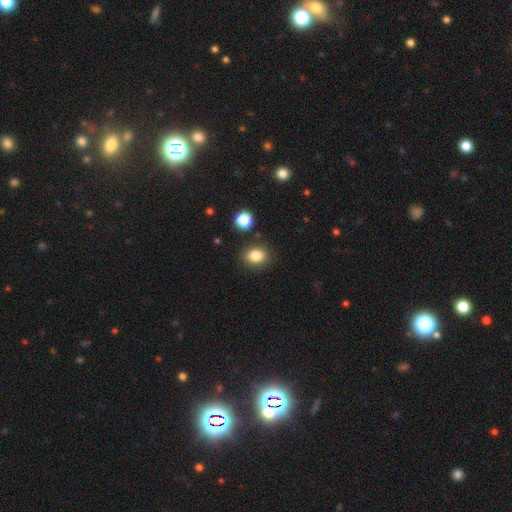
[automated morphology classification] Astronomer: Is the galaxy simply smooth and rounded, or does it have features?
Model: smooth — 83%.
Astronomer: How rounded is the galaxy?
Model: in between — 53% (runner-up: round, 46%).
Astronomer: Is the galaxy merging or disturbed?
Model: none — 83%.